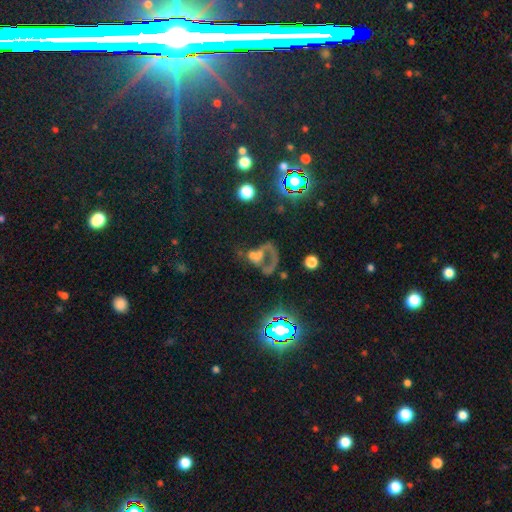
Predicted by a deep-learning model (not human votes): Overall: featured or disk (48%; star or artifact 28%). Merging: major disturbance (39%; none 25%).